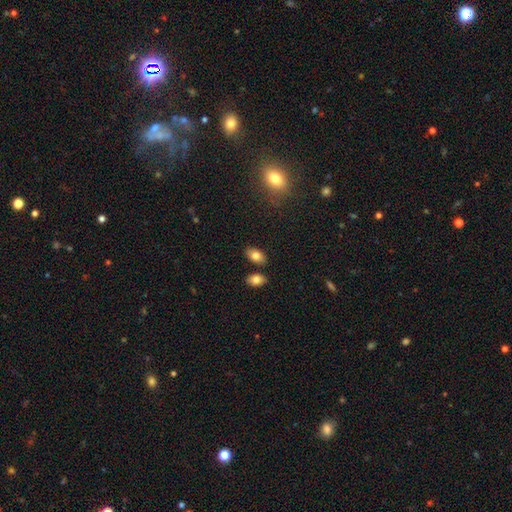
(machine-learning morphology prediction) A smooth galaxy with no disk features (80%) that is in between round and cigar-shaped (92%).

Vote fractions:
- Smooth or featured? smooth: 80% / featured or disk: 11% / star or artifact: 8%
- How rounded? in between: 92% / round: 6% / cigar-shaped: 2%
- Merging? none: 80% / minor disturbance: 10% / merger: 8% / major disturbance: 2%